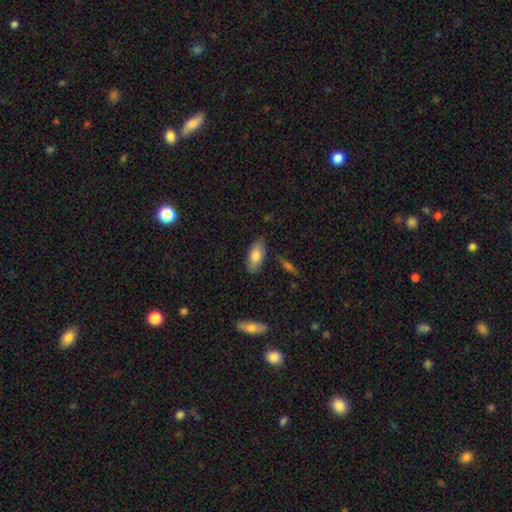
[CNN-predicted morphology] Smooth or featured?
  - smooth: 77% *
  - featured or disk: 17%
  - star or artifact: 6%
How rounded?
  - in between: 89% *
  - cigar-shaped: 9%
  - round: 2%
Merging?
  - none: 81% *
  - minor disturbance: 14%
  - merger: 3%
  - major disturbance: 3%